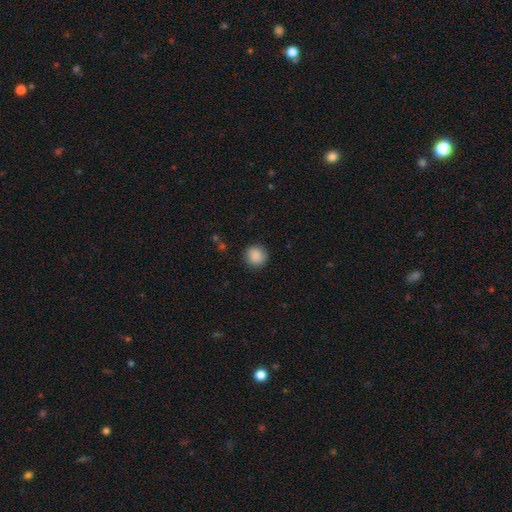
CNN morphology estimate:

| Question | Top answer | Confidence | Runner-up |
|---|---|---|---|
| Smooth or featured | smooth | 88% | star or artifact (8%) |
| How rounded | round | 92% | in between (7%) |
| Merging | none | 89% | minor disturbance (7%) |